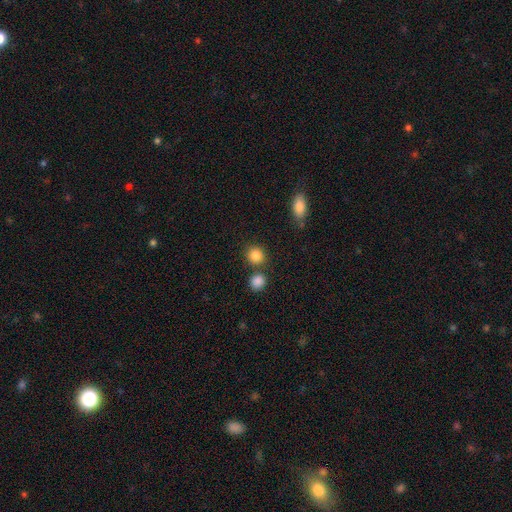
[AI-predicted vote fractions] Smooth or featured: smooth — 86% (star or artifact — 10%)
How rounded: round — 82% (in between — 17%)
Merging: none — 72% (merger — 16%)